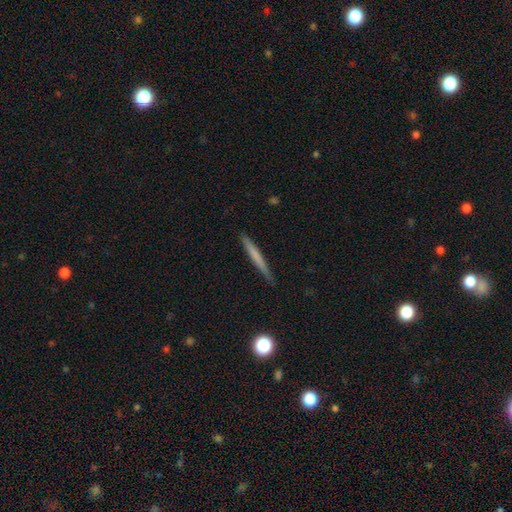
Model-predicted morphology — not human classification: smooth 59%, featured or disk 35%, star or artifact 6%. Down the decision tree: how rounded — cigar-shaped (96%); merging — none (89%).